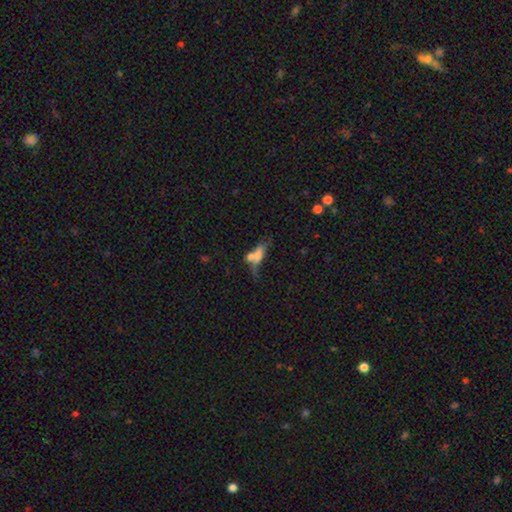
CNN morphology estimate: Smooth or featured?
  - smooth: 57% *
  - featured or disk: 30%
  - star or artifact: 13%
How rounded?
  - in between: 53% *
  - cigar-shaped: 40%
  - round: 7%
Merging?
  - merger: 48% *
  - none: 25%
  - major disturbance: 14%
  - minor disturbance: 14%